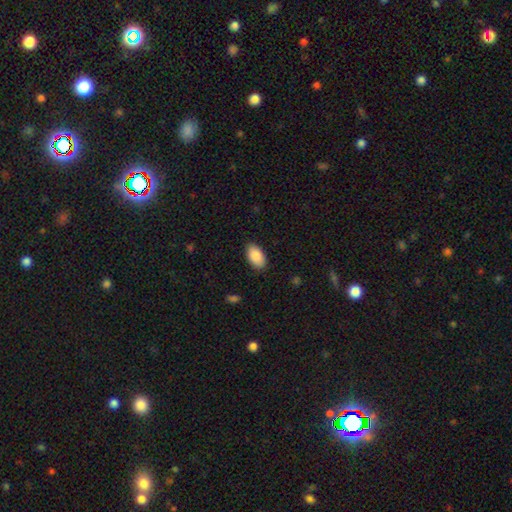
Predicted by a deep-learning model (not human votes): Smooth or featured?
  - smooth: 89% *
  - star or artifact: 6%
  - featured or disk: 5%
How rounded?
  - in between: 95% *
  - round: 4%
  - cigar-shaped: 2%
Merging?
  - none: 88% *
  - minor disturbance: 9%
  - major disturbance: 2%
  - merger: 1%